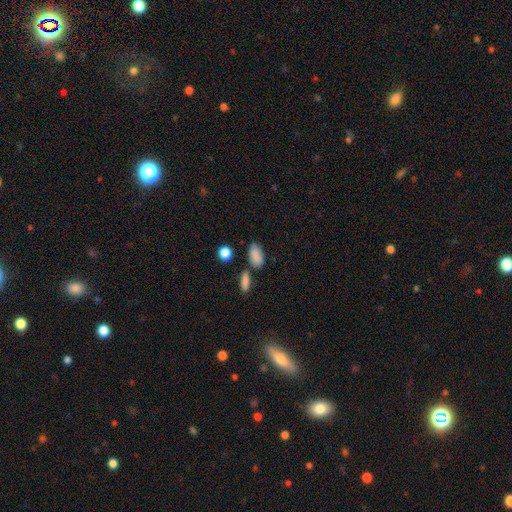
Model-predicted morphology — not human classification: A smooth galaxy with no disk features (85%) that is in between round and cigar-shaped (89%).

Vote fractions:
- Smooth or featured? smooth: 85% / star or artifact: 9% / featured or disk: 6%
- How rounded? in between: 89% / round: 7% / cigar-shaped: 4%
- Merging? none: 68% / minor disturbance: 16% / merger: 12% / major disturbance: 4%